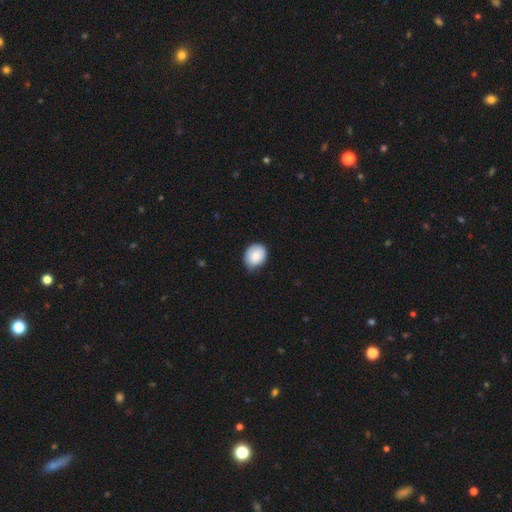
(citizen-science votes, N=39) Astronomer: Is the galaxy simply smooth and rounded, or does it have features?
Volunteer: smooth — 97%.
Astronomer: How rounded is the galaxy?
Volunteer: round — 63%.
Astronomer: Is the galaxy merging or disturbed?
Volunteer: none — 72%.